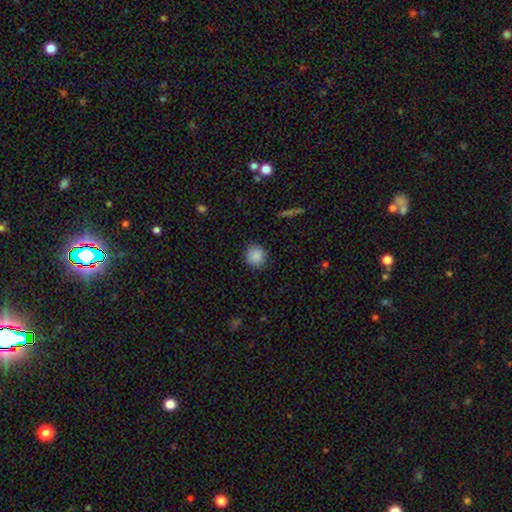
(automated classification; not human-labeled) A smooth galaxy with no disk features (88%) that is round (90%). Merging: none (89%).